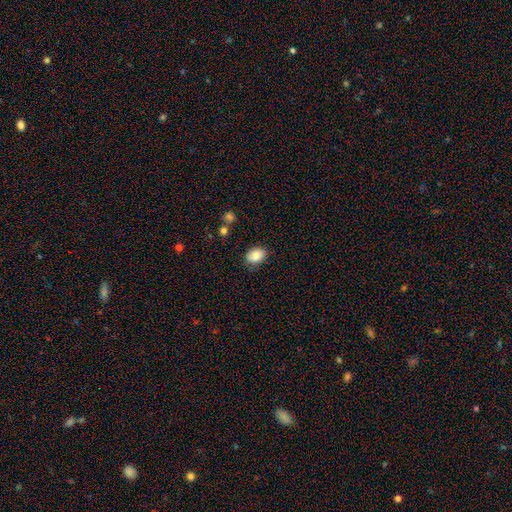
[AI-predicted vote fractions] smooth-or-featured: smooth: 84% | featured or disk: 8% | star or artifact: 8%
  how-rounded: in between: 73% | round: 26% | cigar-shaped: 1%
  merging: none: 73% | minor disturbance: 21% | major disturbance: 4% | merger: 2%